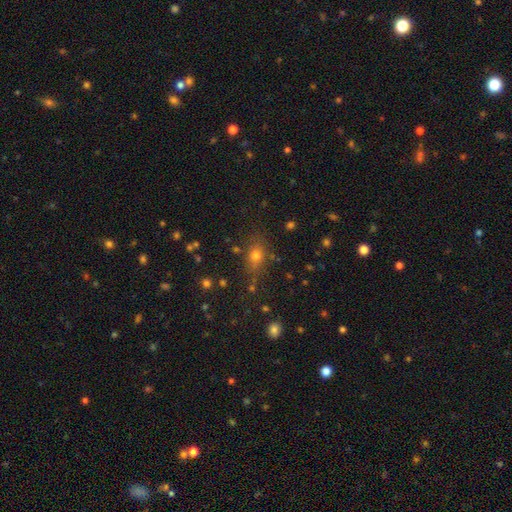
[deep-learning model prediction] This is likely a smooth galaxy (66%). How rounded: possibly in between (50%). Merging: likely none (76%).